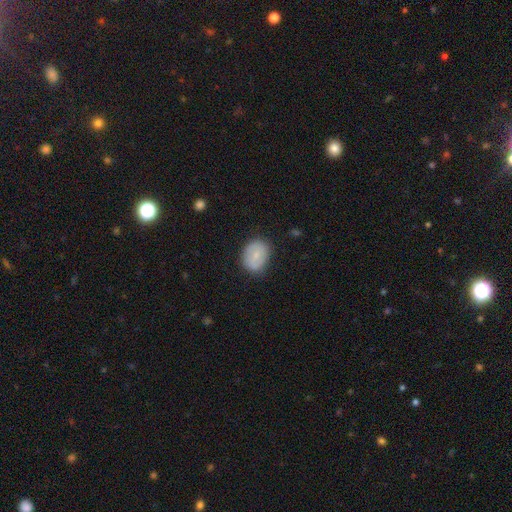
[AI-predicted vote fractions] Smooth or featured?
  - smooth: 65% *
  - featured or disk: 27%
  - star or artifact: 7%
How rounded?
  - in between: 58% *
  - round: 41%
  - cigar-shaped: 1%
Merging?
  - none: 78% *
  - minor disturbance: 17%
  - major disturbance: 4%
  - merger: 1%